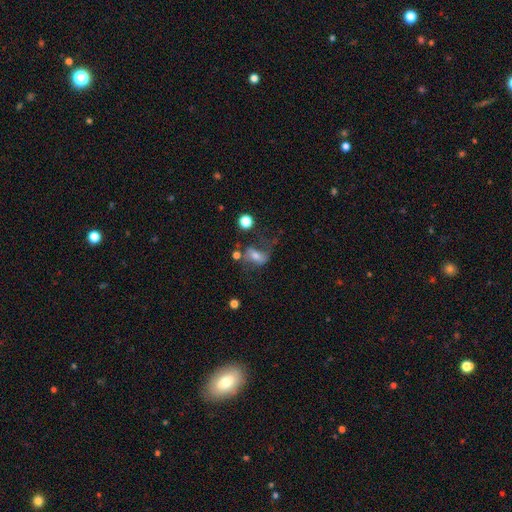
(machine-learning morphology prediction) Q: Smooth or featured?
A: smooth (48%); runner-up: featured or disk (40%)
Q: Merging?
A: none (38%); runner-up: major disturbance (30%)